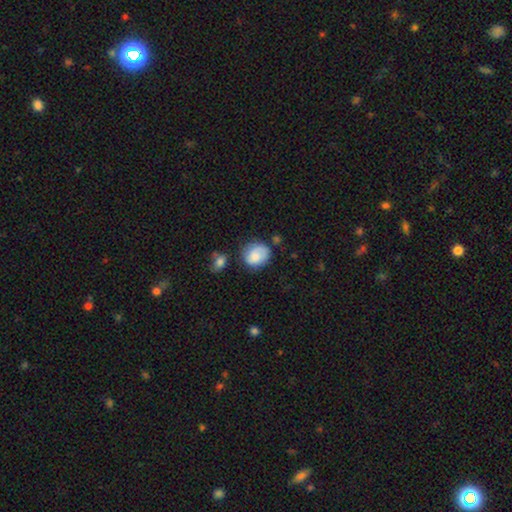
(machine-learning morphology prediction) smooth-or-featured: smooth: 77% | featured or disk: 15% | star or artifact: 7%
  how-rounded: round: 65% | in between: 34% | cigar-shaped: 1%
  merging: none: 59% | minor disturbance: 27% | major disturbance: 9% | merger: 5%